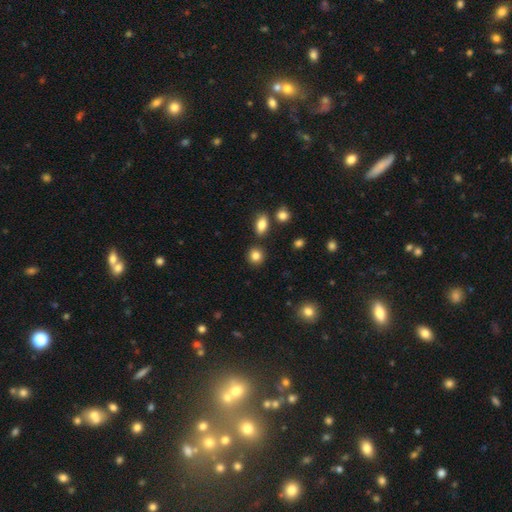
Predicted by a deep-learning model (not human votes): The model was most divided on "how rounded": round: 85%, in between: 14%, cigar-shaped: 1%. More confident: merging — none (86%); smooth or featured — smooth (84%).